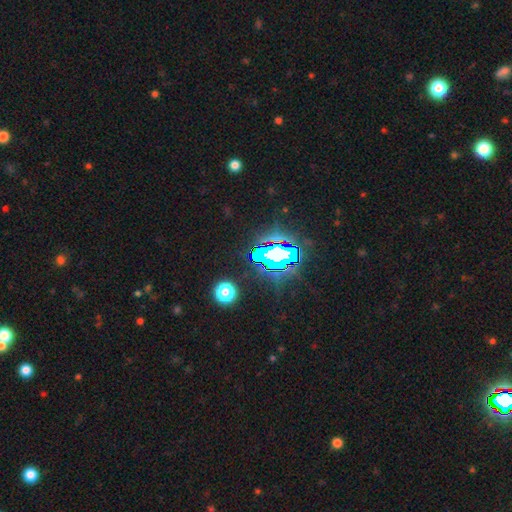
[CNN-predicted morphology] Smooth or featured? Predicted: star or artifact (p=0.82).